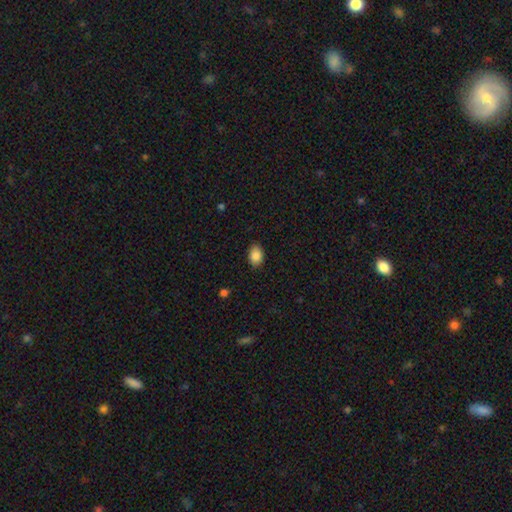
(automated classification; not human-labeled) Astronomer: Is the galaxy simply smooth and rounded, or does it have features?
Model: smooth — 88%.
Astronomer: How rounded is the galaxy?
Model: in between — 82%.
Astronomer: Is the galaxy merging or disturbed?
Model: none — 86%.